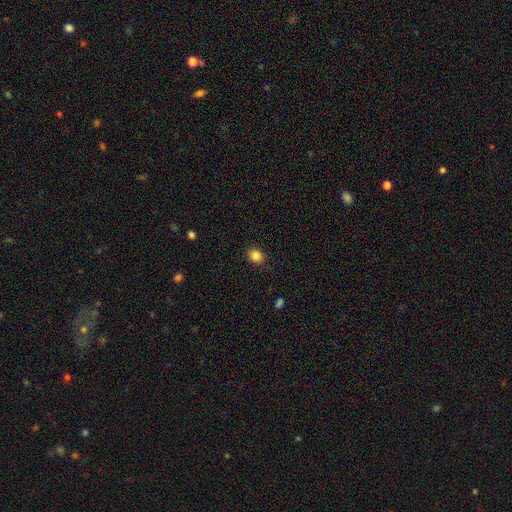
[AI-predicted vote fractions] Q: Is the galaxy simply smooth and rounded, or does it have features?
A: smooth — 86%.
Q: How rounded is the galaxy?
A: round — 63%.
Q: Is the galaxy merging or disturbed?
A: none — 88%.